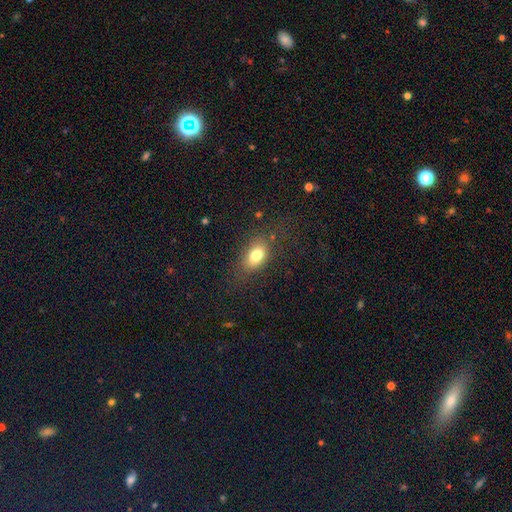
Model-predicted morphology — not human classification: This is likely a smooth galaxy (79%). How rounded: clearly in between (86%). Merging: likely none (73%).